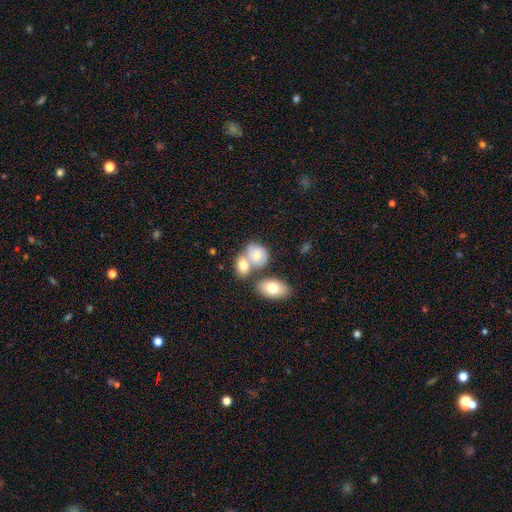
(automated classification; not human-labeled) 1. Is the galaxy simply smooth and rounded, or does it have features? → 73% smooth, 19% featured or disk, 8% star or artifact.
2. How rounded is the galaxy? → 63% in between, 36% round, 2% cigar-shaped.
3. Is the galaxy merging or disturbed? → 46% merger, 39% none, 11% minor disturbance, 4% major disturbance.